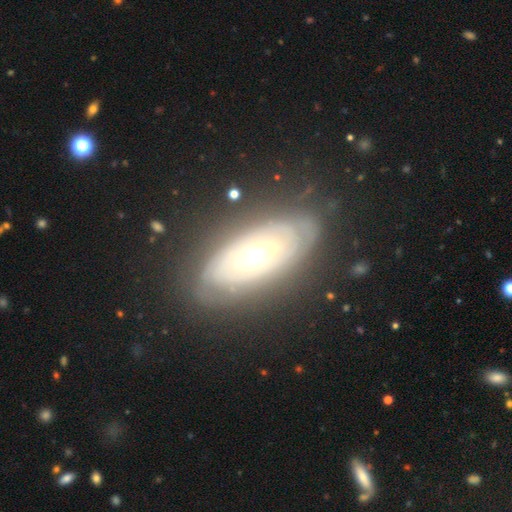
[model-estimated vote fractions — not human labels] Overall: featured or disk (77%). Edge-on disk: no (86%). Bar: no (73%). Spiral arms: yes (62%; no 38%). Bulge size: moderate (66%). Merging: none (79%).